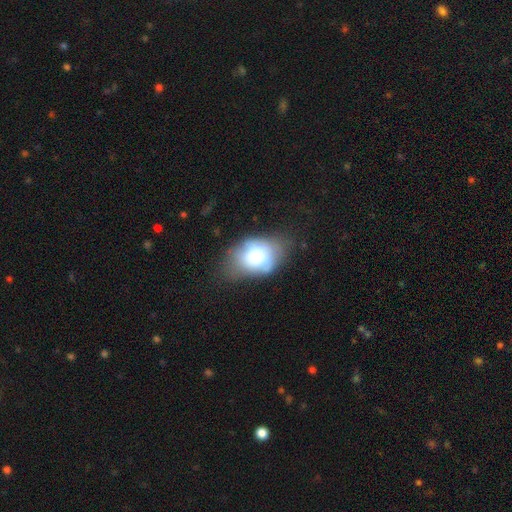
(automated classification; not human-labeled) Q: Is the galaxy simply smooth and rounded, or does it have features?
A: smooth — 68%.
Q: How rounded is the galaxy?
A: in between — 78%.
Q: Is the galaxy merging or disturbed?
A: none — 43%.